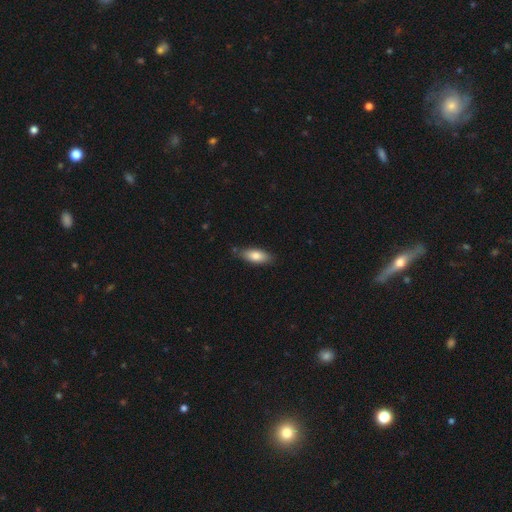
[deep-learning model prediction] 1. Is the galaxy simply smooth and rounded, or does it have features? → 79% smooth, 14% featured or disk, 7% star or artifact.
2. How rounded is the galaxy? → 79% in between, 18% cigar-shaped, 2% round.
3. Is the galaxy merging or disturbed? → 80% none, 15% minor disturbance, 2% major disturbance, 2% merger.